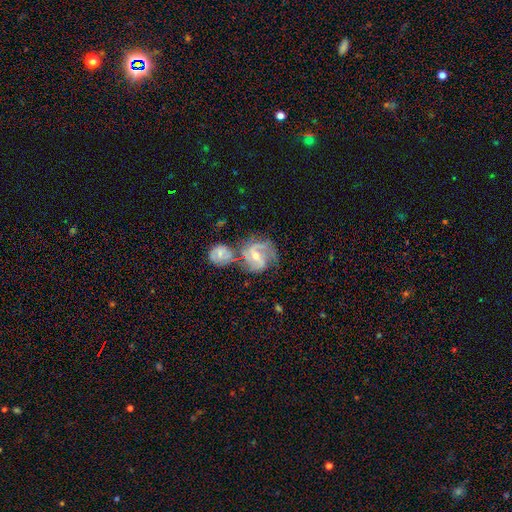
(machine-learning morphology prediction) smooth_or_featured: featured or disk (p=0.84) [alt: smooth p=0.09]
disk_edge_on: no (p=0.97) [alt: yes p=0.03]
bar: weak (p=0.45) [alt: strong p=0.31]
has_spiral_arms: yes (p=0.95) [alt: no p=0.05]
spiral_winding: medium (p=0.51) [alt: tight p=0.26]
spiral_arm_count: 2 (p=0.73) [alt: 3 p=0.09]
bulge_size: moderate (p=0.53) [alt: small p=0.44]
merging: none (p=0.50) [alt: merger p=0.21]